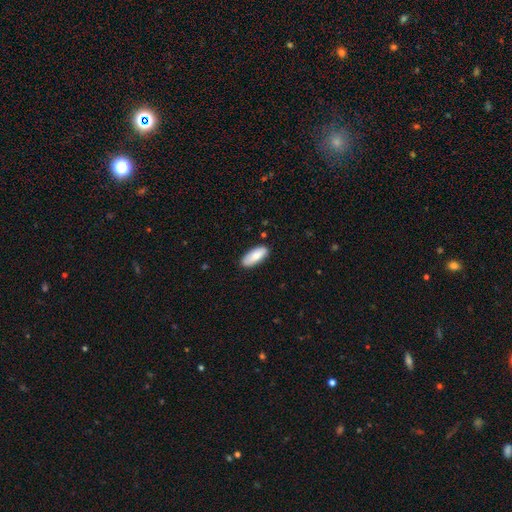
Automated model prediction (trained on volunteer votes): smooth_or_featured: smooth (p=0.81) [alt: featured or disk p=0.13]
how_rounded: in between (p=0.81) [alt: cigar-shaped p=0.18]
merging: none (p=0.86) [alt: minor disturbance p=0.11]